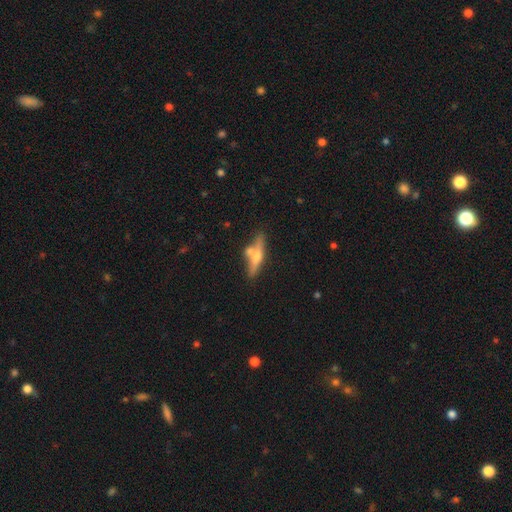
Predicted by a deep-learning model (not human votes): A featured or disk galaxy (57%) viewed edge-on (91%) with a rounded central bulge (91%). Merging: none (61%).